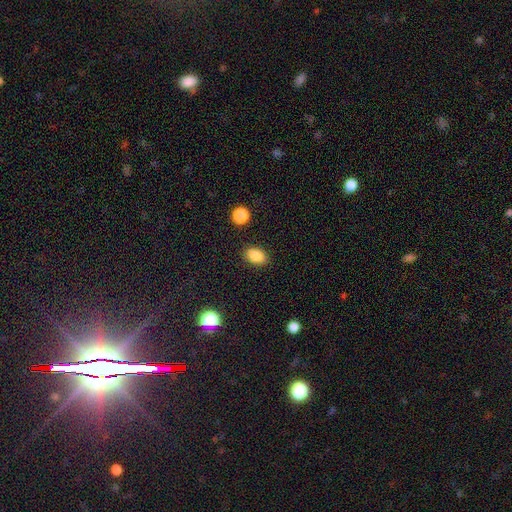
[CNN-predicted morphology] Smooth or featured? Predicted: smooth (p=0.86). How rounded? Predicted: in between (p=0.87). Merging? Predicted: none (p=0.87).